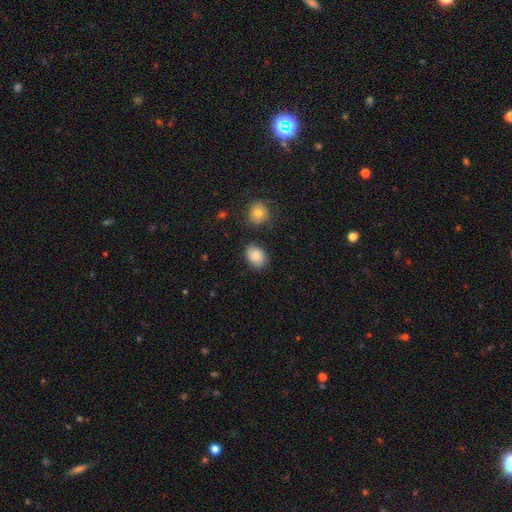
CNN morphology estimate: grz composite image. It shows a smooth galaxy with no disk features (85%) that is in between round and cigar-shaped (73%). Merging: none (78%).